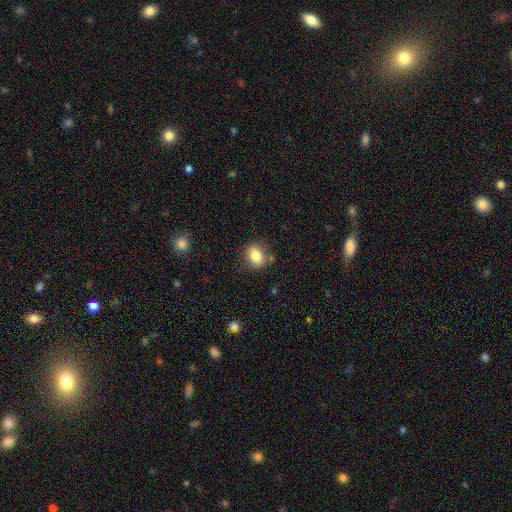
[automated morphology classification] The model was most divided on "how rounded": round: 56%, in between: 43%, cigar-shaped: 1%. More confident: smooth or featured — smooth (83%); merging — none (80%).